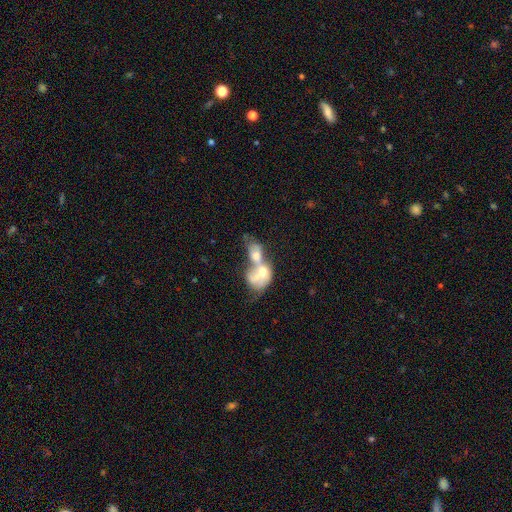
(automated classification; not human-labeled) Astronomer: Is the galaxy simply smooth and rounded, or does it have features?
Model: smooth — 49% (runner-up: featured or disk, 41%).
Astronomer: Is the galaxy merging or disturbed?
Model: merger — 82%.